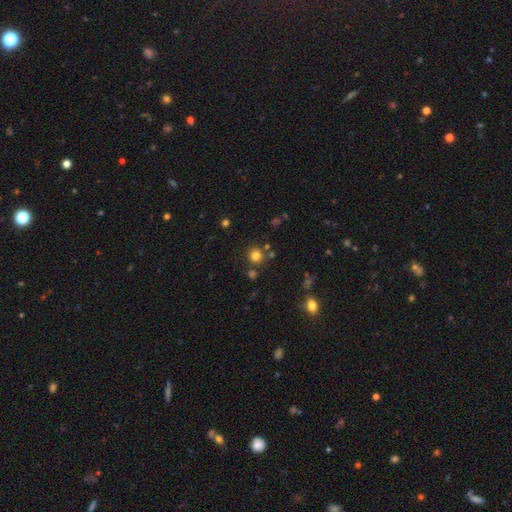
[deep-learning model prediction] The model was most divided on "smooth or featured": smooth: 78%, star or artifact: 15%, featured or disk: 7%. More confident: how rounded — round (89%); merging — none (80%).